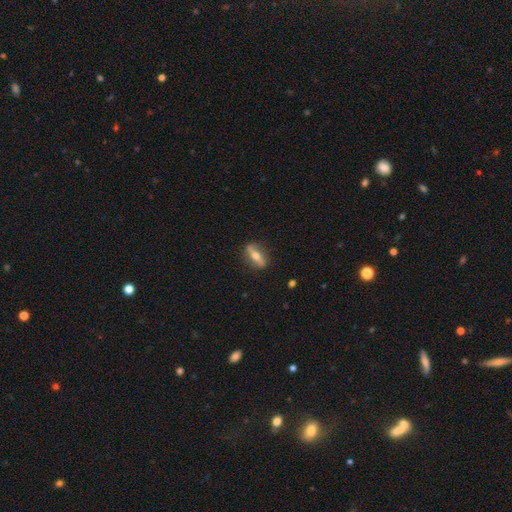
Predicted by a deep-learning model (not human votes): Smooth or featured? Predicted: featured or disk (p=0.62). Edge-on disk? Predicted: yes (p=0.56). Merging? Predicted: none (p=0.83).